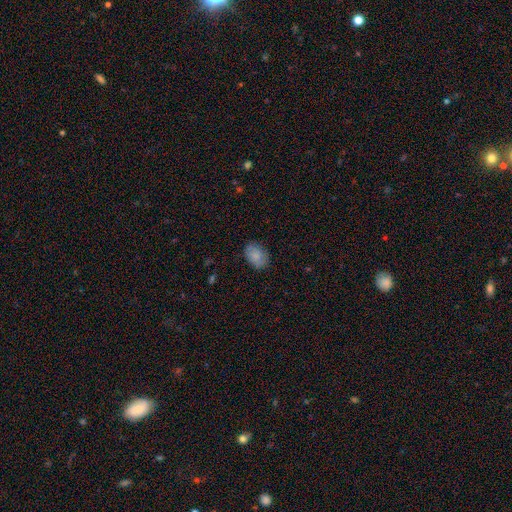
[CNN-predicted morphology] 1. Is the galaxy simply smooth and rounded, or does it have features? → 81% smooth, 12% featured or disk, 7% star or artifact.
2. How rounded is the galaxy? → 79% in between, 20% round, 1% cigar-shaped.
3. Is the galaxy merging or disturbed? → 80% none, 15% minor disturbance, 3% major disturbance, 1% merger.